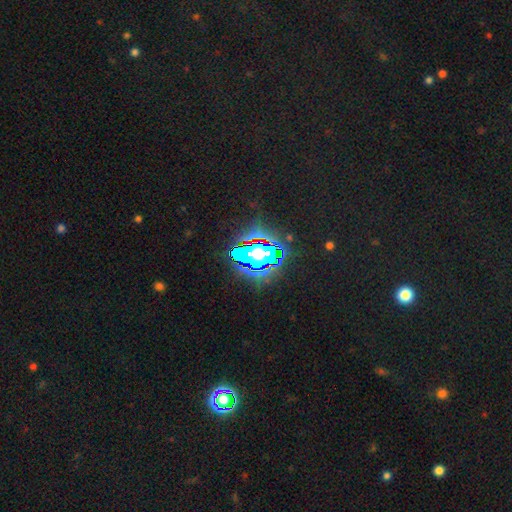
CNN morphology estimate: Smooth or featured? Predicted: star or artifact (p=0.57).